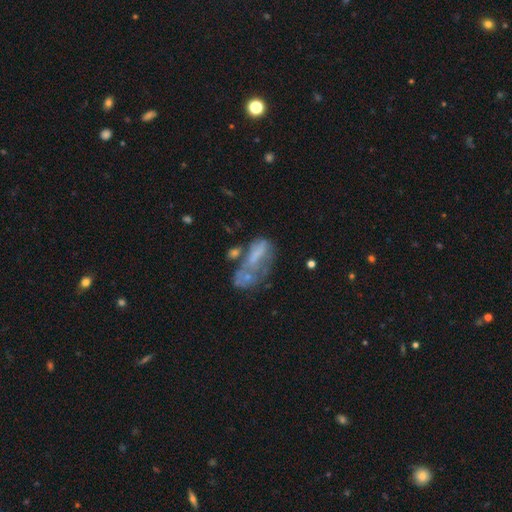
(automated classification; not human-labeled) Smooth or featured? Predicted: featured or disk (p=0.43, tied with smooth). Merging? Predicted: merger (p=0.33).